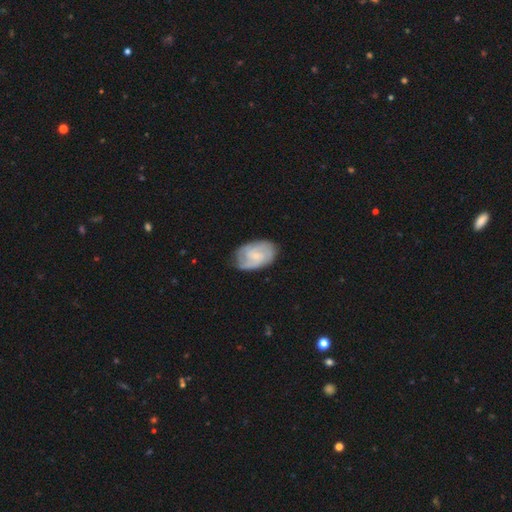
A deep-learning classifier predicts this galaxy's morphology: Smooth or featured: featured or disk — 68% (smooth — 26%)
Edge-on disk: no — 97% (yes — 3%)
Bar: no — 53% (weak — 41%)
Spiral arms: yes — 92% (no — 8%)
Spiral winding: tight — 45% (medium — 42%)
Spiral arm count: 2 — 32% (can't tell — 28%)
Bulge size: small — 61% (moderate — 20%)
Merging: none — 73% (minor disturbance — 20%)